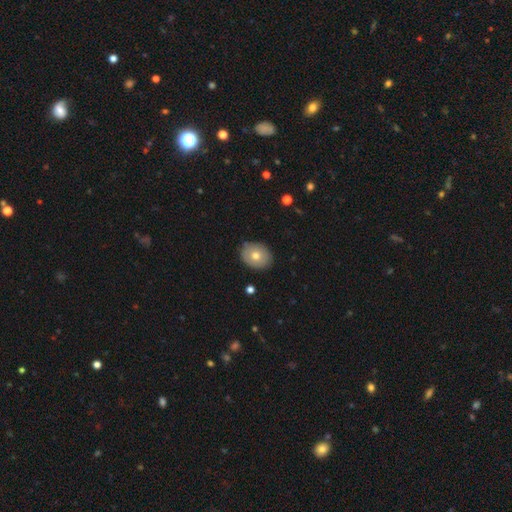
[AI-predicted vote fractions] The model was most divided on "how rounded": in between: 50%, round: 49%, cigar-shaped: 1%. More confident: merging — none (86%); smooth or featured — smooth (71%).